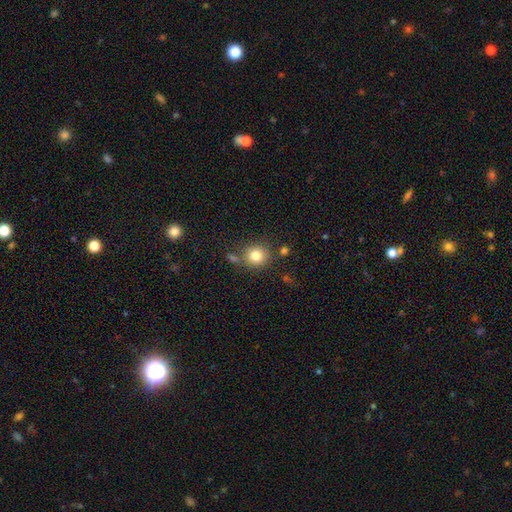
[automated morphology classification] Smooth or featured? smooth (81%)
How rounded? round (87%)
Merging? none (72%)